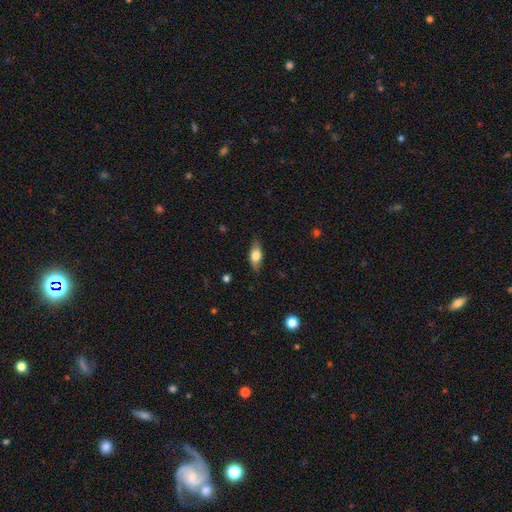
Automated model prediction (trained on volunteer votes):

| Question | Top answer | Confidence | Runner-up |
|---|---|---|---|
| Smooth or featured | smooth | 71% | featured or disk (23%) |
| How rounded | in between | 80% | cigar-shaped (16%) |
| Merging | none | 83% | minor disturbance (14%) |